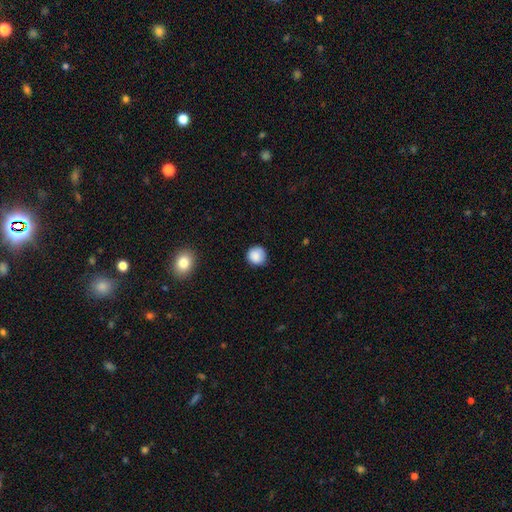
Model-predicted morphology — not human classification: A smooth galaxy with no disk features (87%) that is round (91%). Merging: none (81%).